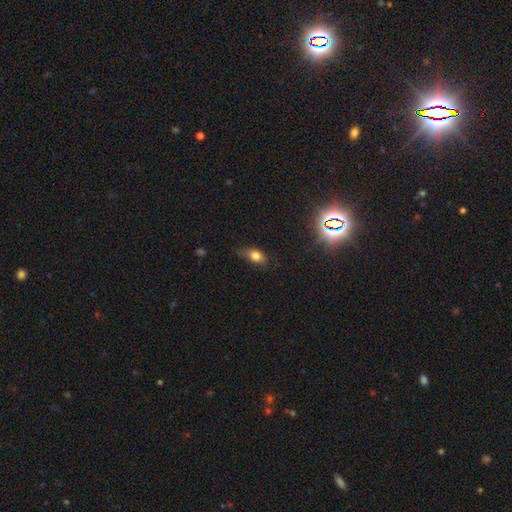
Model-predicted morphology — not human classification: The model was most divided on "merging": none: 64%, minor disturbance: 27%, major disturbance: 7%, merger: 2%. More confident: how rounded — in between (81%); smooth or featured — smooth (76%).